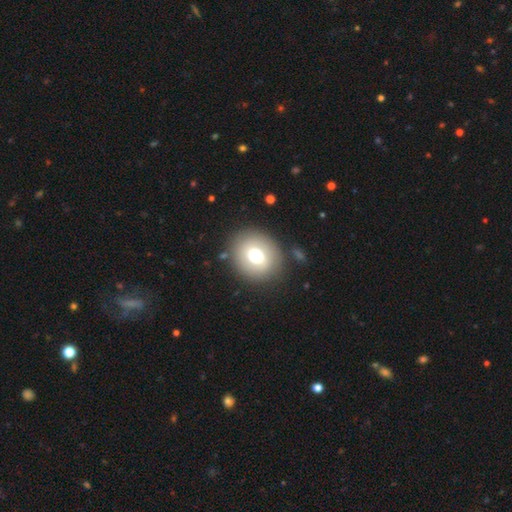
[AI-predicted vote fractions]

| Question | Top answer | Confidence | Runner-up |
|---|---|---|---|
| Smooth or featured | smooth | 70% | featured or disk (19%) |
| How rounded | round | 78% | in between (21%) |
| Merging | none | 84% | minor disturbance (9%) |